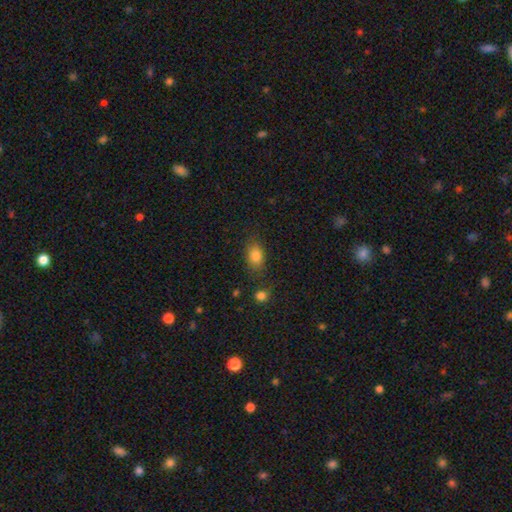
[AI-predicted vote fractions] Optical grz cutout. It shows a smooth galaxy with no disk features (83%) that is in between round and cigar-shaped (79%). Merging: none (75%).